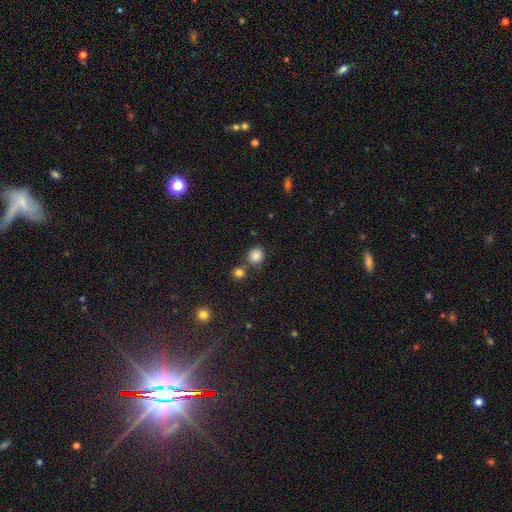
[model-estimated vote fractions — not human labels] This appears to be a smooth galaxy with no disk features (85%) that is round (81%). Merging: none (68%).